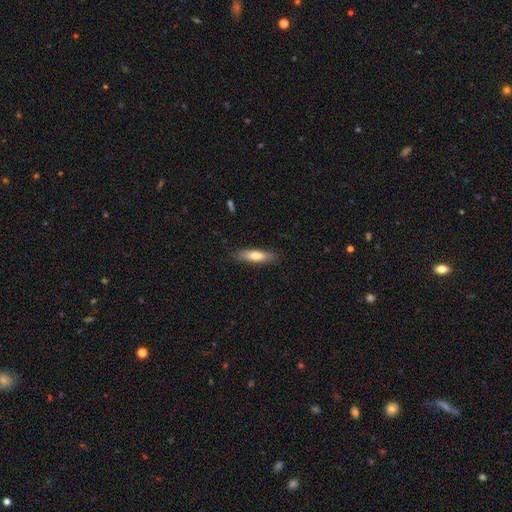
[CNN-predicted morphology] Smooth or featured?
  - smooth: 71% *
  - featured or disk: 23%
  - star or artifact: 6%
How rounded?
  - cigar-shaped: 64% *
  - in between: 35%
  - round: 2%
Merging?
  - none: 86% *
  - minor disturbance: 11%
  - major disturbance: 2%
  - merger: 1%